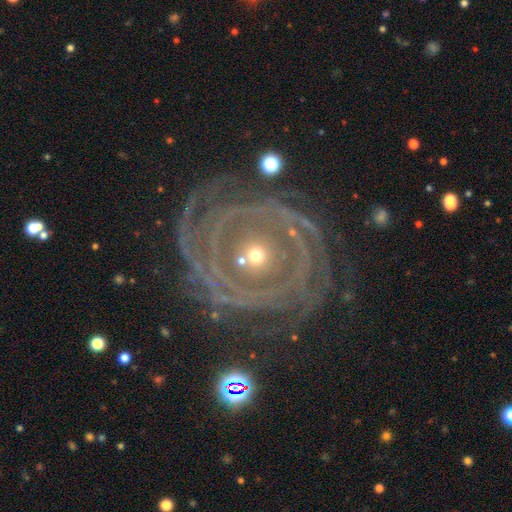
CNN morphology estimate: The model was most divided on "spiral arm count": can't tell: 30%, 2: 24%, 3: 13%, more than 4: 12%, 4: 11%, 1: 9%. More confident: edge-on disk — no (97%); bar — no (81%); smooth or featured — featured or disk (80%); spiral arms — yes (75%); spiral winding — tight (71%); merging — none (69%); bulge size — small (62%).